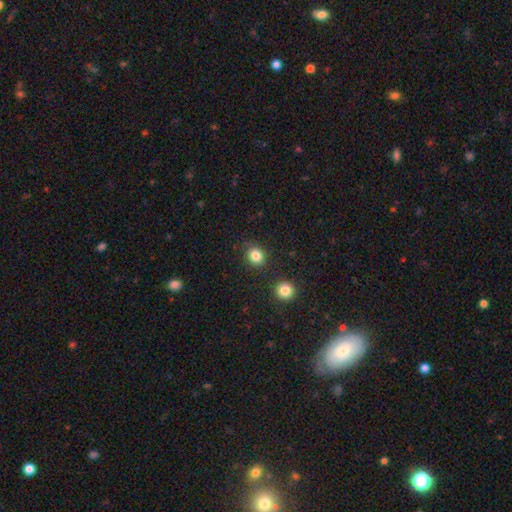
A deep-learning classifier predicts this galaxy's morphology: Smooth or featured?
  - smooth: 84% *
  - star or artifact: 11%
  - featured or disk: 5%
How rounded?
  - round: 77% *
  - in between: 23%
  - cigar-shaped: 1%
Merging?
  - none: 86% *
  - minor disturbance: 8%
  - merger: 3%
  - major disturbance: 2%